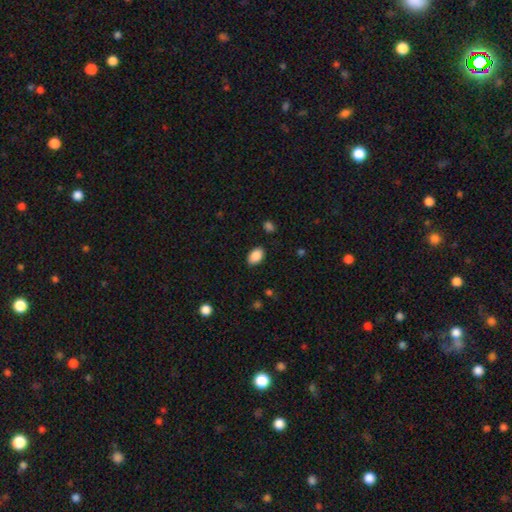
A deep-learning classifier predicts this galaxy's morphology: A smooth galaxy with no disk features (88%) that is in between round and cigar-shaped (87%).

Vote fractions:
- Smooth or featured? smooth: 88% / star or artifact: 8% / featured or disk: 4%
- How rounded? in between: 87% / round: 12% / cigar-shaped: 1%
- Merging? none: 86% / minor disturbance: 10% / major disturbance: 3% / merger: 1%